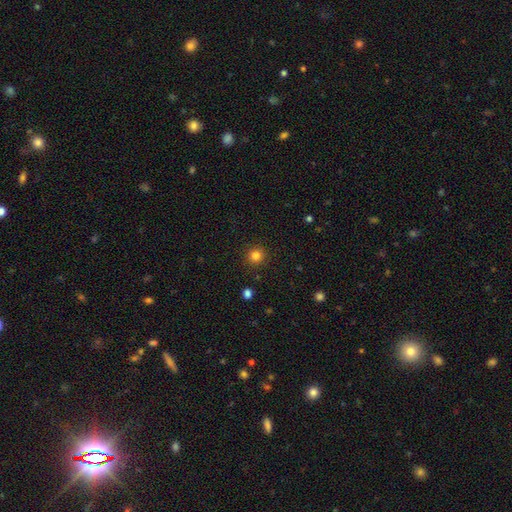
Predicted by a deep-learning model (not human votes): Smooth or featured? Predicted: smooth (p=0.83). How rounded? Predicted: round (p=0.92). Merging? Predicted: none (p=0.91).